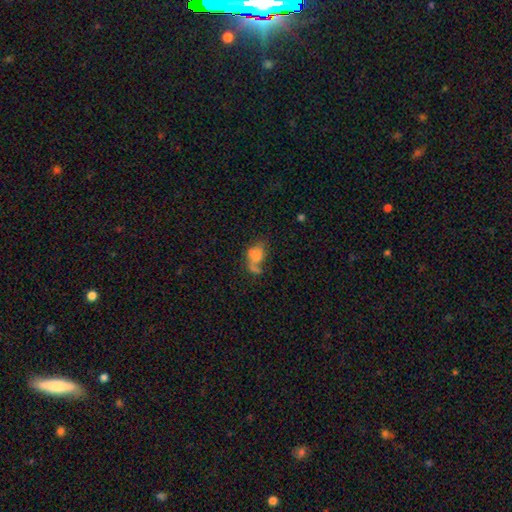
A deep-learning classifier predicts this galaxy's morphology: smooth-or-featured: smooth: 67% | featured or disk: 21% | star or artifact: 12%
  how-rounded: in between: 71% | round: 27% | cigar-shaped: 2%
  merging: merger: 33% | none: 25% | major disturbance: 24% | minor disturbance: 17%